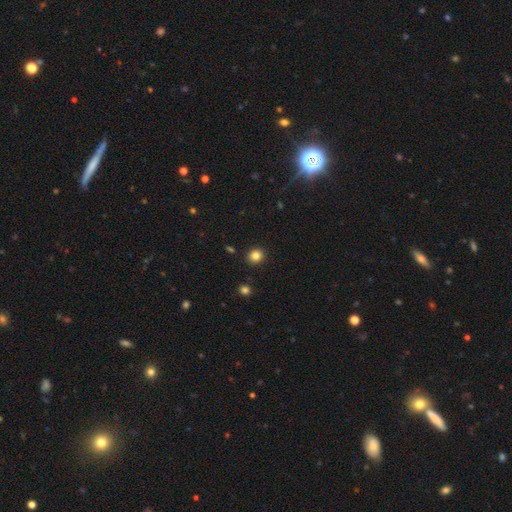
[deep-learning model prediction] The model was most divided on "how rounded": round: 84%, in between: 16%, cigar-shaped: 1%. More confident: merging — none (91%); smooth or featured — smooth (84%).